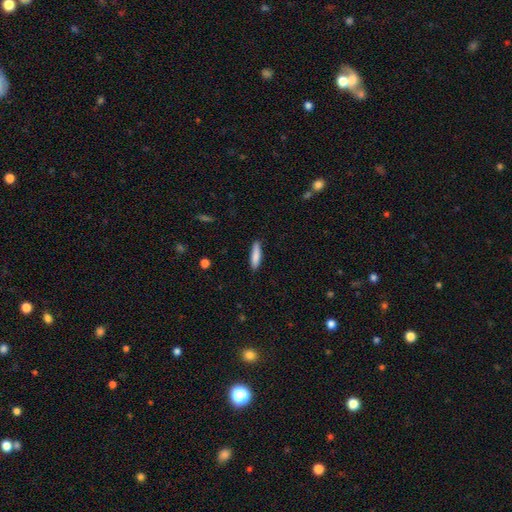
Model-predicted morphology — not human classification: A smooth galaxy with no disk features (84%) that is cigar-shaped (74%). Merging: none (88%).